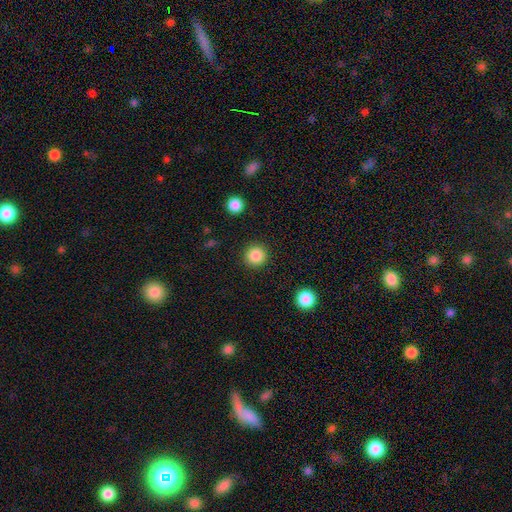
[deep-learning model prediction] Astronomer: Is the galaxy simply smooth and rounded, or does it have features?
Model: smooth — 86%.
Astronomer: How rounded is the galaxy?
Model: round — 94%.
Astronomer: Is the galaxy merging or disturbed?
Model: none — 91%.